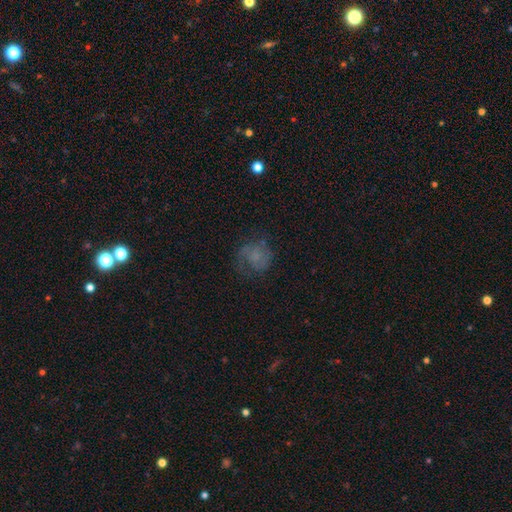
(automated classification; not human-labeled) Overall: smooth (44%; featured or disk 41%). Merging: none (59%; minor disturbance 21%).